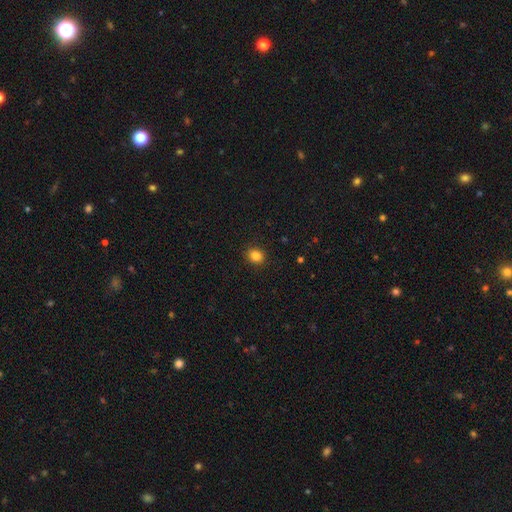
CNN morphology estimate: Smooth or featured?
  - smooth: 84% *
  - star or artifact: 11%
  - featured or disk: 4%
How rounded?
  - round: 69% *
  - in between: 30%
  - cigar-shaped: 1%
Merging?
  - none: 91% *
  - minor disturbance: 6%
  - major disturbance: 2%
  - merger: 1%